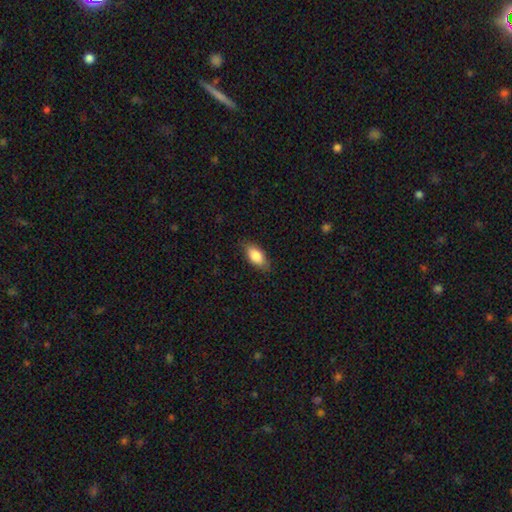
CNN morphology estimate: smooth-or-featured: smooth: 83% | featured or disk: 10% | star or artifact: 7%
  how-rounded: in between: 88% | cigar-shaped: 8% | round: 4%
  merging: none: 82% | minor disturbance: 14% | major disturbance: 3% | merger: 1%